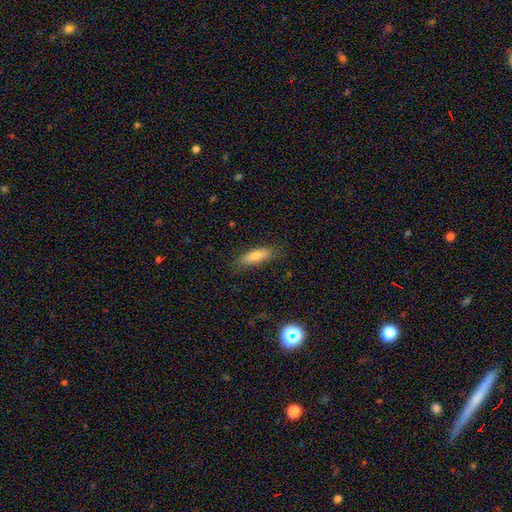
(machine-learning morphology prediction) Overall: smooth (69%). How rounded: cigar-shaped (56%; in between 41%). Merging: none (82%).